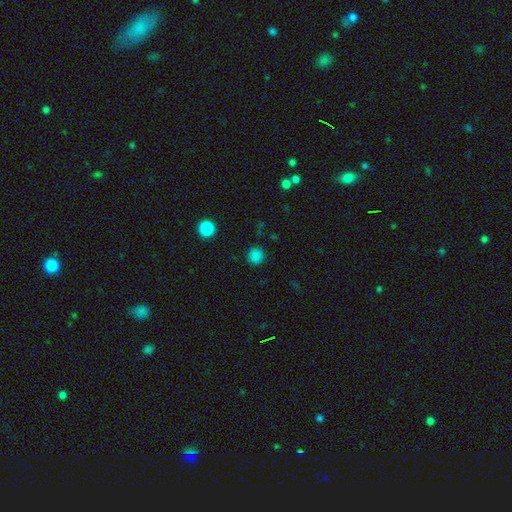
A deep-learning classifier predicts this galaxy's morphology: This appears to be a smooth galaxy with no disk features (81%) that is round (92%). Merging: none (88%).